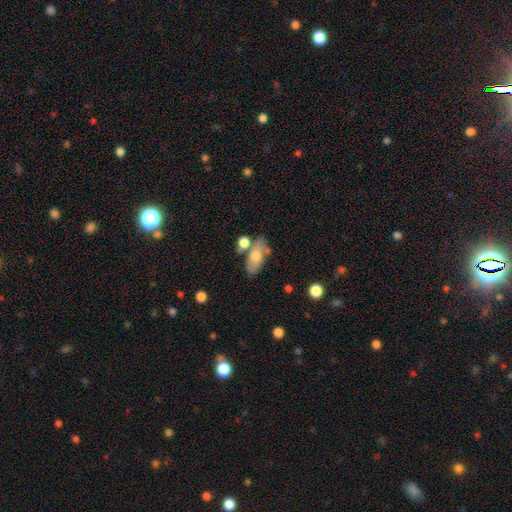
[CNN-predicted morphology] smooth 71%, featured or disk 22%, star or artifact 7%. Down the decision tree: how rounded — in between (87%); merging — none (51%).